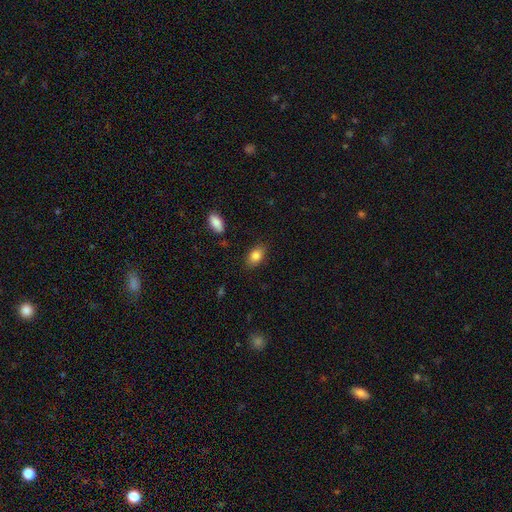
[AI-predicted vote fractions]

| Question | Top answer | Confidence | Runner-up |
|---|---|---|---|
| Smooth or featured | smooth | 83% | featured or disk (9%) |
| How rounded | in between | 87% | round (10%) |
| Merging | none | 84% | minor disturbance (11%) |